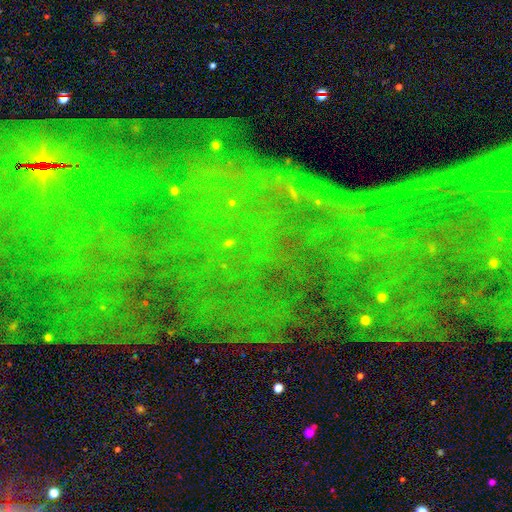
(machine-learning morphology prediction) star or artifact 79%, featured or disk 13%, smooth 9%.